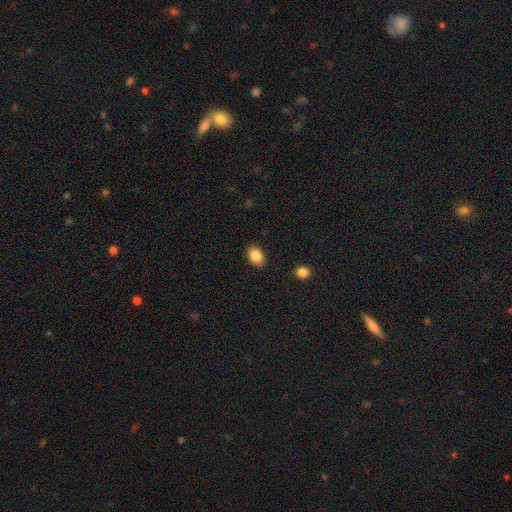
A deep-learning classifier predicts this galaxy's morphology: Smooth or featured: smooth — 86% (star or artifact — 8%)
How rounded: in between — 82% (round — 17%)
Merging: none — 87% (minor disturbance — 9%)